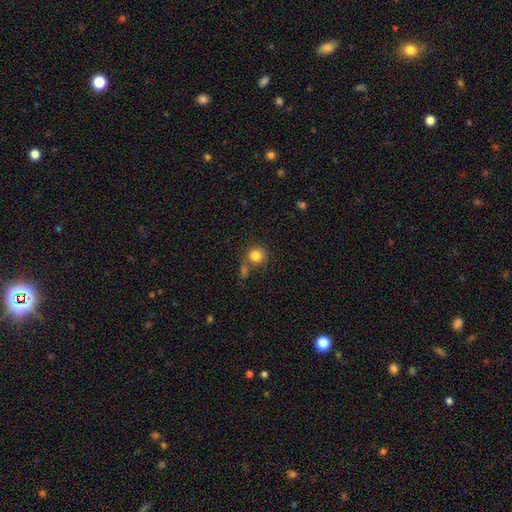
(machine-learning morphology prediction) Q: Smooth or featured?
A: smooth (83%); runner-up: star or artifact (10%)
Q: How rounded?
A: round (86%); runner-up: in between (13%)
Q: Merging?
A: none (60%); runner-up: merger (22%)